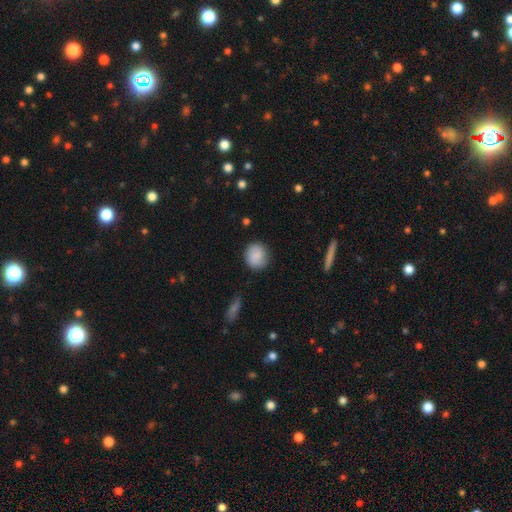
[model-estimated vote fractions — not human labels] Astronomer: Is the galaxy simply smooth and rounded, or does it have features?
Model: smooth — 80%.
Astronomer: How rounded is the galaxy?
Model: round — 84%.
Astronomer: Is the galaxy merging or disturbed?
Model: none — 83%.